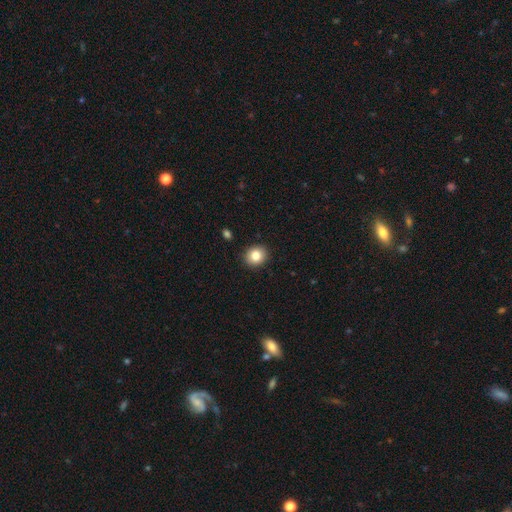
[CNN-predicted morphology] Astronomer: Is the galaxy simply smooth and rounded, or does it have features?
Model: smooth — 82%.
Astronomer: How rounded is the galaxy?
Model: round — 76%.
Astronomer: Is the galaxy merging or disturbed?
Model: none — 91%.